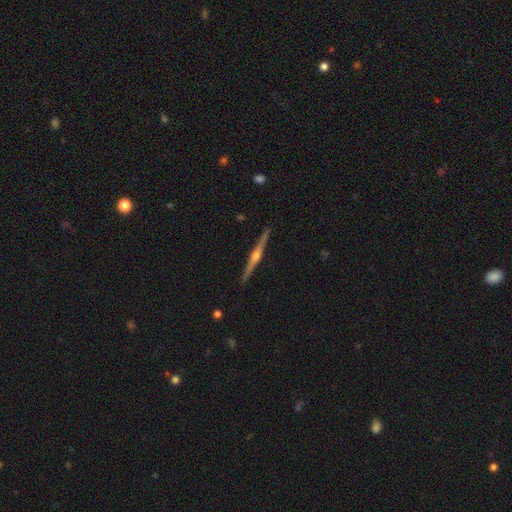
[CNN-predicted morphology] type=featured or disk (85%); edge-on=yes (99%); edge-on bulge=rounded (92%); merging=none (92%).